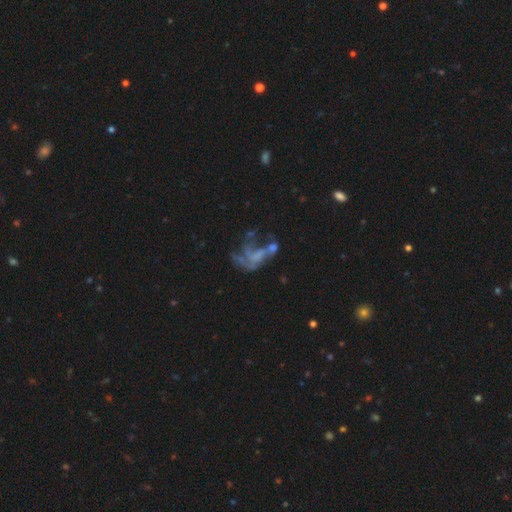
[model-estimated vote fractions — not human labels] A featured or disk galaxy (63%) with no bar (77%), no spiral arms (56%) and no central bulge (74%).

Vote fractions:
- Smooth or featured? featured or disk: 63% / smooth: 18% / star or artifact: 18%
- Edge-on disk? no: 97% / yes: 3%
- Bar? no: 77% / weak: 16% / strong: 6%
- Spiral arms? no: 56% / yes: 44%
- Bulge size? none: 74% / small: 13% / moderate: 9% / large: 3% / dominant: 2%
- Merging? major disturbance: 45% / none: 23% / merger: 20% / minor disturbance: 12%